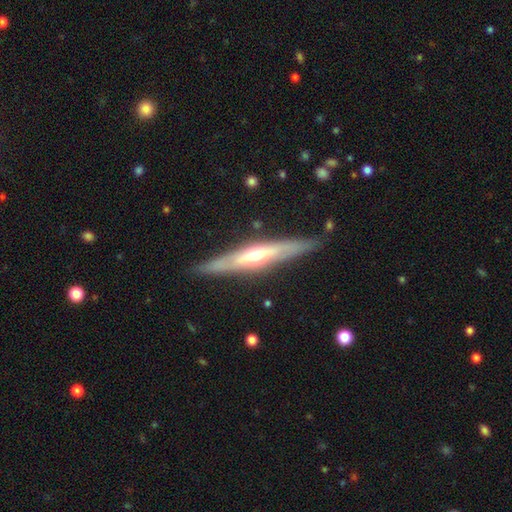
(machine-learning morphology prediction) This is likely a featured or disk galaxy (68%). It is clearly viewed edge-on (89%). Edge-on bulge: clearly rounded (82%). Merging: clearly none (85%).